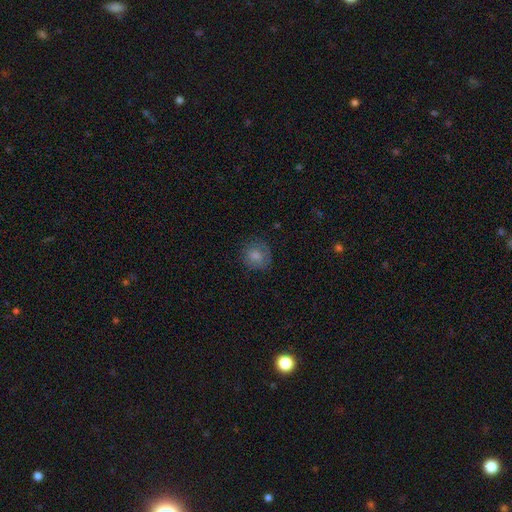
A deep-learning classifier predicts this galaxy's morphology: A smooth galaxy with no disk features (78%) that is round (86%).

Vote fractions:
- Smooth or featured? smooth: 78% / featured or disk: 13% / star or artifact: 9%
- How rounded? round: 86% / in between: 13% / cigar-shaped: 1%
- Merging? none: 76% / minor disturbance: 17% / major disturbance: 6% / merger: 1%